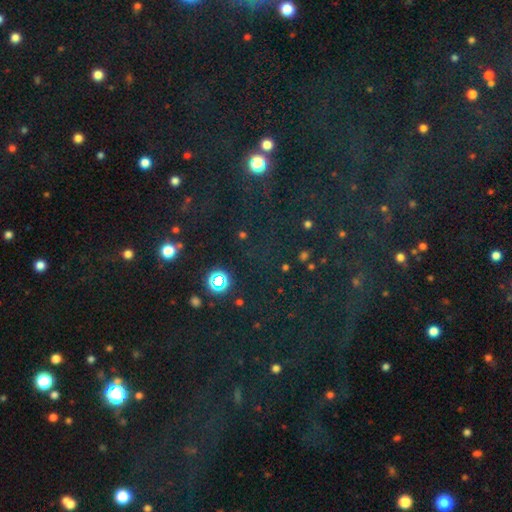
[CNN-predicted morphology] Smooth or featured?
  - star or artifact: 70% *
  - smooth: 23%
  - featured or disk: 8%